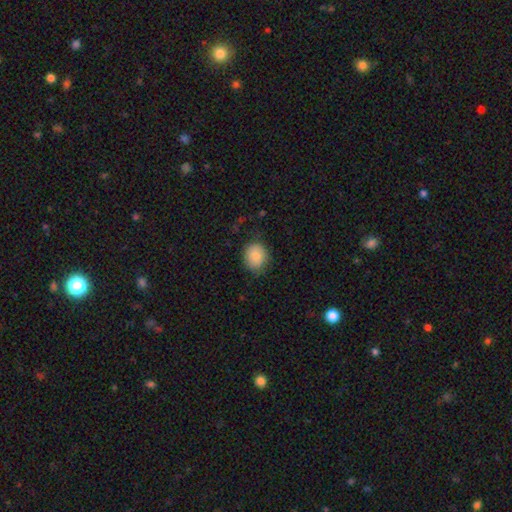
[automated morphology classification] Smooth or featured?
  - smooth: 84% *
  - featured or disk: 8%
  - star or artifact: 8%
How rounded?
  - round: 64% *
  - in between: 35%
  - cigar-shaped: 1%
Merging?
  - none: 77% *
  - minor disturbance: 17%
  - major disturbance: 4%
  - merger: 1%